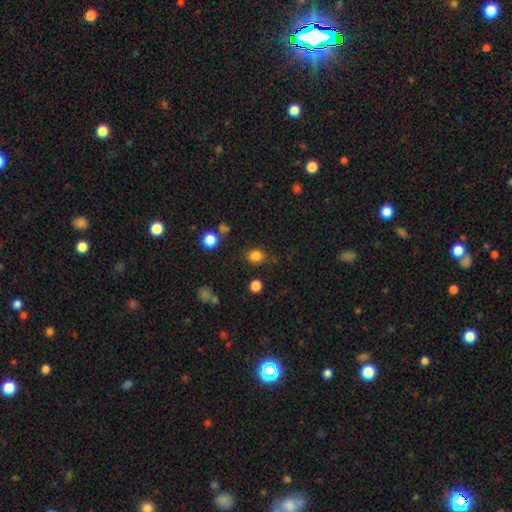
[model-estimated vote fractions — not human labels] Q: Smooth or featured?
A: smooth (82%); runner-up: star or artifact (14%)
Q: How rounded?
A: round (70%); runner-up: in between (29%)
Q: Merging?
A: none (79%); runner-up: minor disturbance (13%)